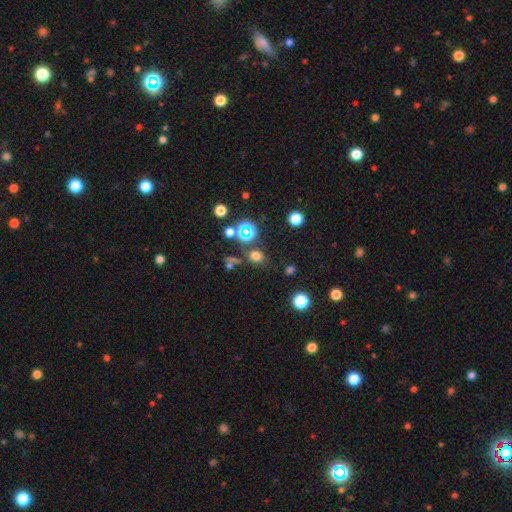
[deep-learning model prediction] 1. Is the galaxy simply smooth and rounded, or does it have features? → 65% smooth, 27% star or artifact, 7% featured or disk.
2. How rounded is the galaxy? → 65% round, 33% in between, 2% cigar-shaped.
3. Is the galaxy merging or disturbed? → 73% none, 12% minor disturbance, 9% merger, 6% major disturbance.